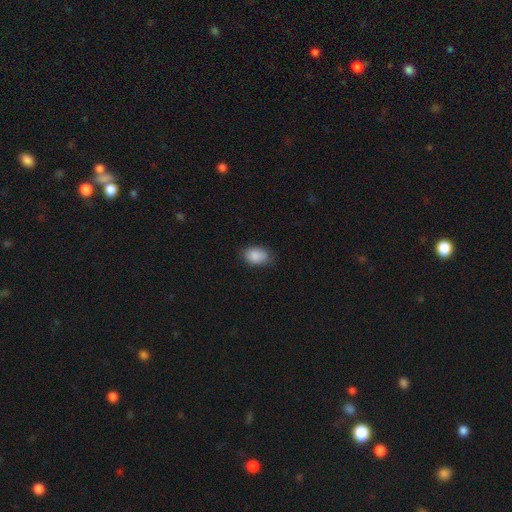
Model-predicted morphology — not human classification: A smooth galaxy with no disk features (88%) that is in between round and cigar-shaped (84%).

Vote fractions:
- Smooth or featured? smooth: 88% / star or artifact: 7% / featured or disk: 4%
- How rounded? in between: 84% / round: 14% / cigar-shaped: 1%
- Merging? none: 76% / minor disturbance: 19% / major disturbance: 4% / merger: 1%